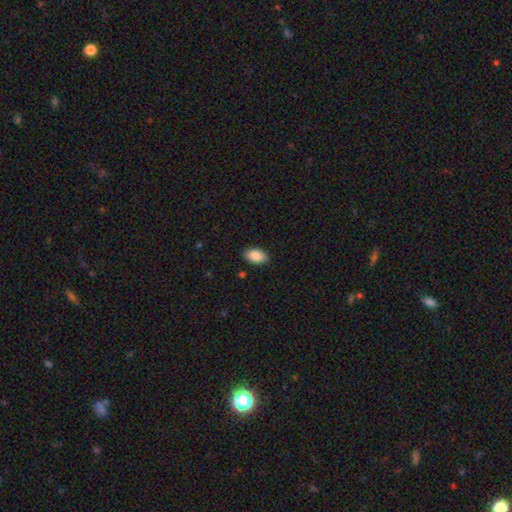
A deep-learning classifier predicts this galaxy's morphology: type=smooth (88%); roundness=in between (93%); merging=none (87%).